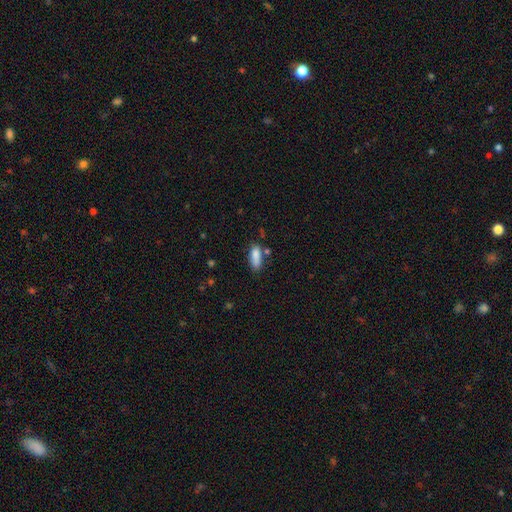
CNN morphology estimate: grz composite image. It shows a smooth galaxy with no disk features (86%) that is in between round and cigar-shaped (70%). Merging: none (64%).